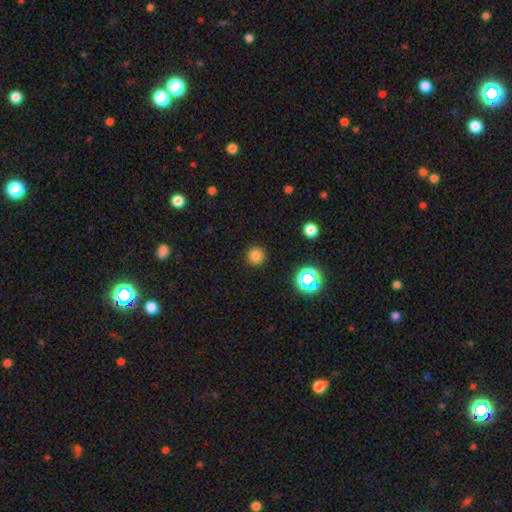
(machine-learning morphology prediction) Overall: smooth (78%). How rounded: round (95%). Merging: none (91%).